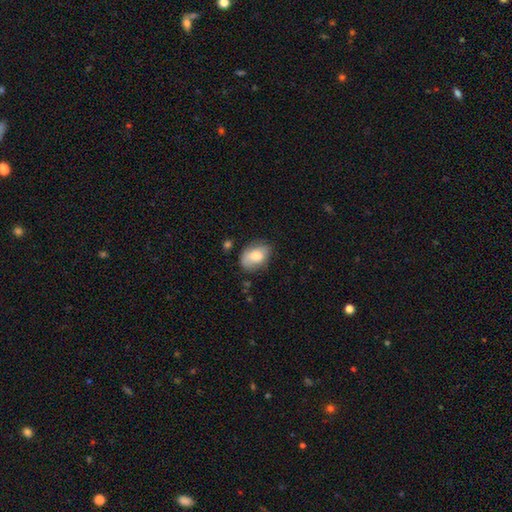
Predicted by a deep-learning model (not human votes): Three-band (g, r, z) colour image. It shows a smooth galaxy with no disk features (73%) that is in between round and cigar-shaped (80%). Merging: none (65%).